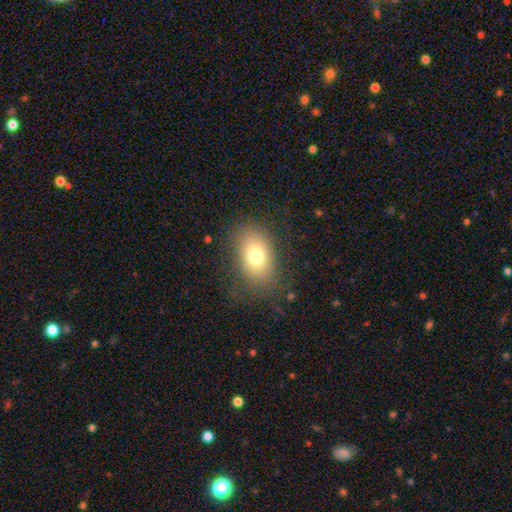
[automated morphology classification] Q: Smooth or featured?
A: smooth (75%); runner-up: featured or disk (14%)
Q: How rounded?
A: in between (80%); runner-up: round (19%)
Q: Merging?
A: none (77%); runner-up: minor disturbance (15%)